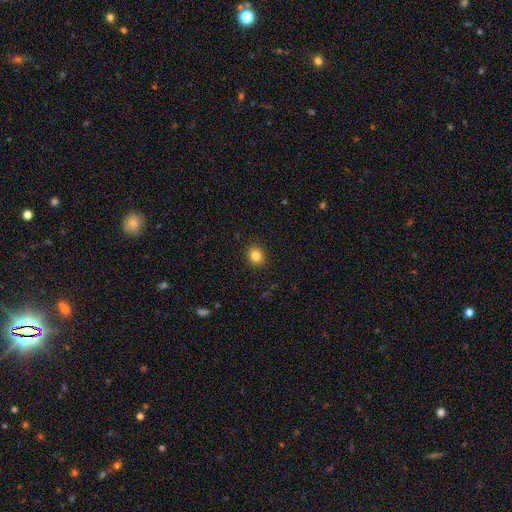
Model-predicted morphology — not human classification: Smooth or featured?
  - smooth: 83% *
  - star or artifact: 11%
  - featured or disk: 6%
How rounded?
  - round: 69% *
  - in between: 30%
  - cigar-shaped: 1%
Merging?
  - none: 90% *
  - minor disturbance: 7%
  - major disturbance: 2%
  - merger: 1%